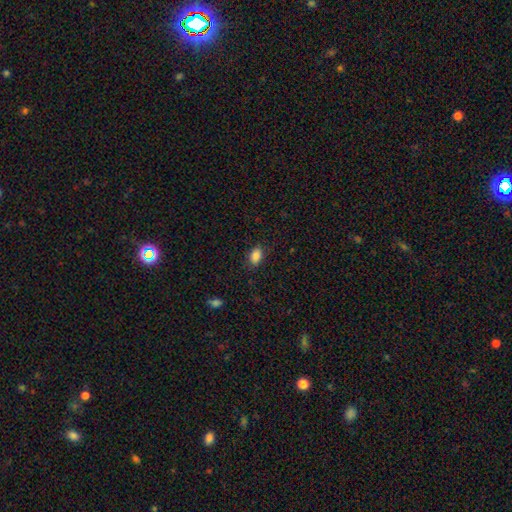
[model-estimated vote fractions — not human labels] The model was most divided on "merging": none: 83%, minor disturbance: 12%, major disturbance: 3%, merger: 1%. More confident: smooth or featured — smooth (87%); how rounded — in between (85%).